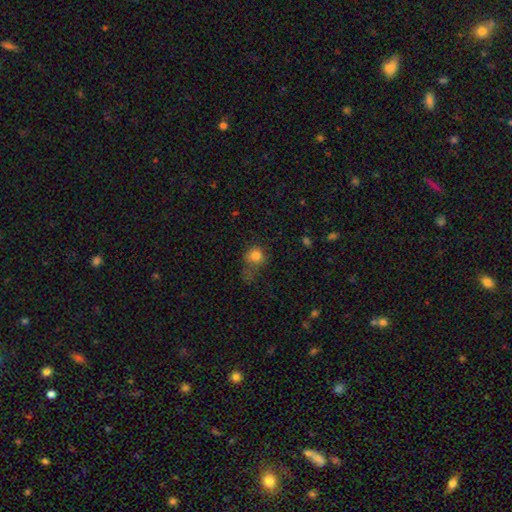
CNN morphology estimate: This appears to be a smooth galaxy with no disk features (79%) that is round (81%). Merging: none (41%).